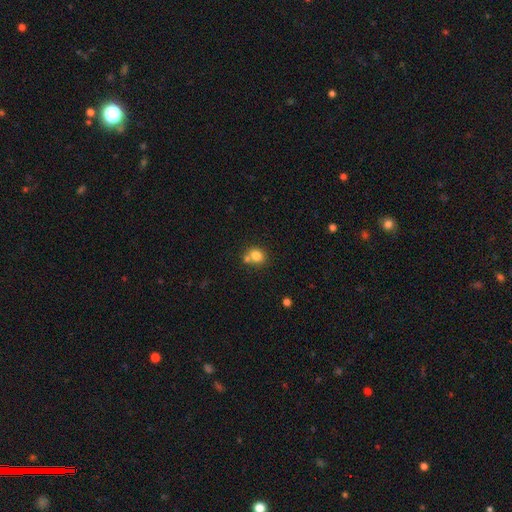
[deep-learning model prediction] smooth-or-featured: smooth: 80% | star or artifact: 11% | featured or disk: 9%
  how-rounded: round: 72% | in between: 27% | cigar-shaped: 1%
  merging: none: 56% | merger: 30% | minor disturbance: 11% | major disturbance: 3%